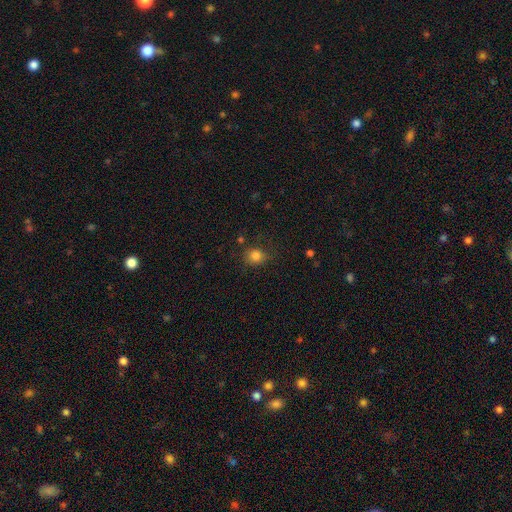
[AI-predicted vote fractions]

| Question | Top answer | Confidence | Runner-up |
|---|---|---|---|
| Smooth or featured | smooth | 82% | star or artifact (12%) |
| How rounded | round | 75% | in between (24%) |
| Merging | none | 76% | minor disturbance (16%) |